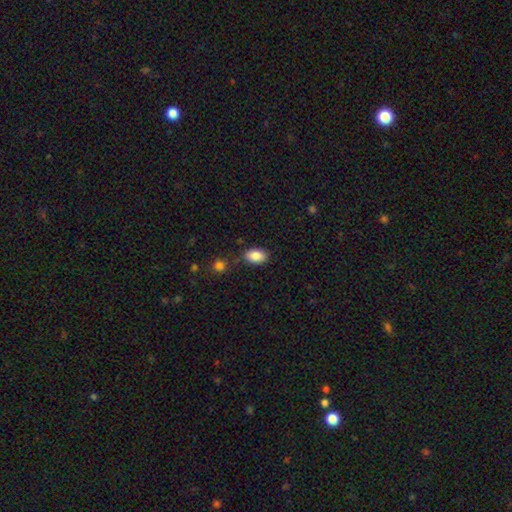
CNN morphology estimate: This appears to be a smooth galaxy with no disk features (87%) that is in between round and cigar-shaped (90%). Merging: none (76%).